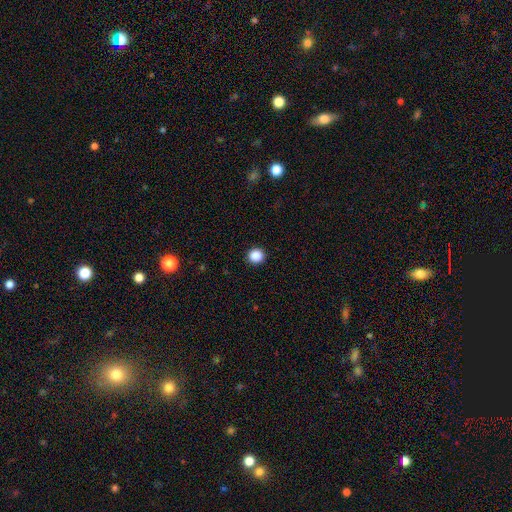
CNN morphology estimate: Overall: smooth (88%). How rounded: round (91%). Merging: none (93%).